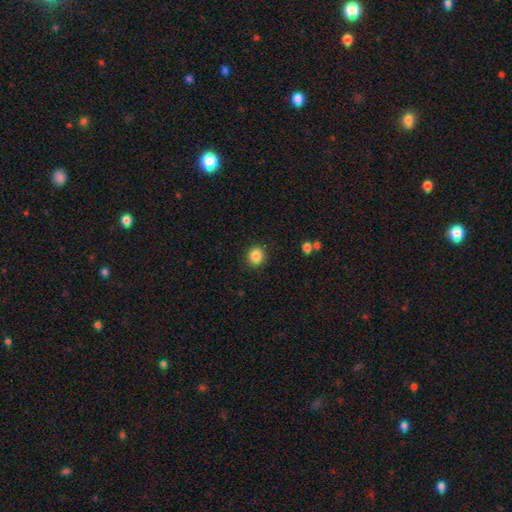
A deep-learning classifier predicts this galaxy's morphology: Smooth or featured? Predicted: smooth (p=0.86). How rounded? Predicted: round (p=0.87). Merging? Predicted: none (p=0.89).